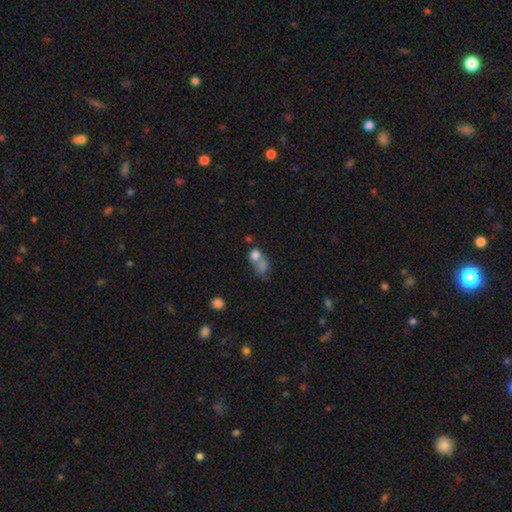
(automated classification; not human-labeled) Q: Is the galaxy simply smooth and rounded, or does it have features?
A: smooth — 73%.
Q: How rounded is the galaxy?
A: round — 58%.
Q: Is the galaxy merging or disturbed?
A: merger — 61%.